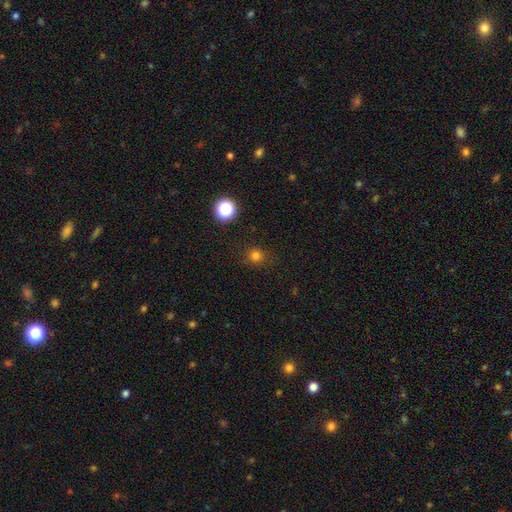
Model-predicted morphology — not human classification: smooth-or-featured: smooth: 77% | star or artifact: 19% | featured or disk: 5%
  how-rounded: round: 92% | in between: 7% | cigar-shaped: 1%
  merging: none: 87% | minor disturbance: 9% | major disturbance: 3% | merger: 2%